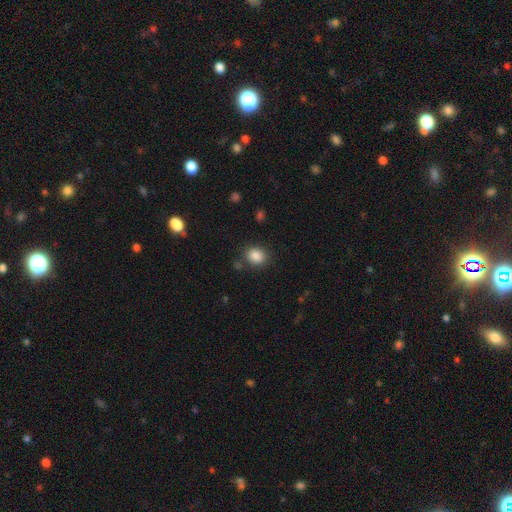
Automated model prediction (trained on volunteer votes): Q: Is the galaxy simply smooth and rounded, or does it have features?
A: smooth — 86%.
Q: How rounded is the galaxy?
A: round — 54%.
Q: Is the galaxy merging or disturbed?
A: none — 81%.